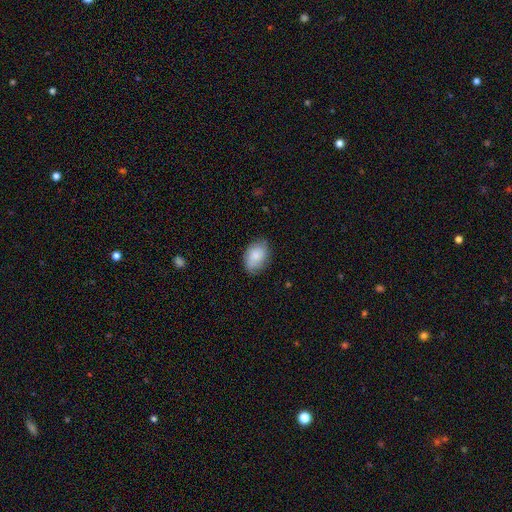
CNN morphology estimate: Overall: smooth (74%). How rounded: in between (81%). Merging: none (71%).